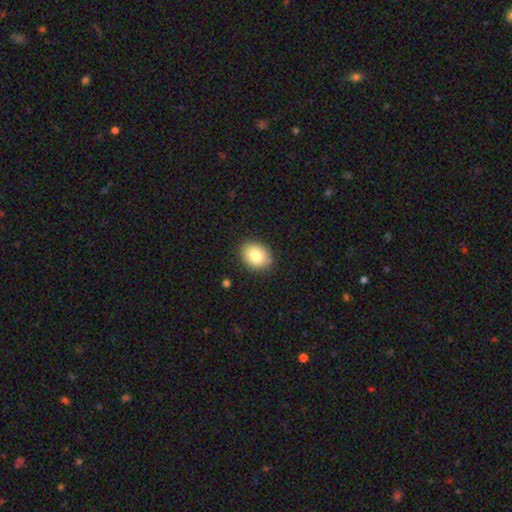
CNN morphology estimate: Overall: smooth (82%). How rounded: in between (59%; round 40%). Merging: none (87%).